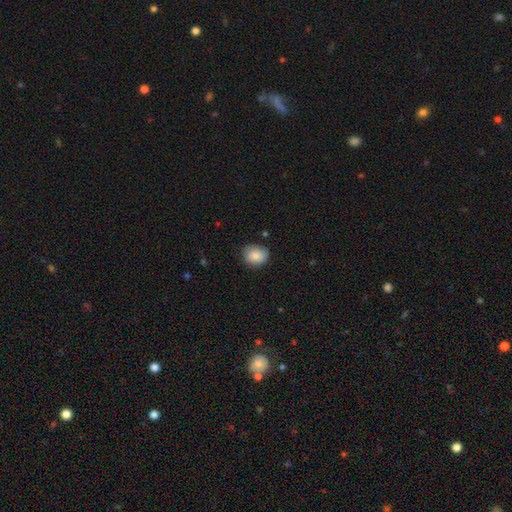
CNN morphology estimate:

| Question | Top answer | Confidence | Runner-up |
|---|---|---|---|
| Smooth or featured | smooth | 83% | featured or disk (9%) |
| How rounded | round | 62% | in between (37%) |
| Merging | none | 75% | minor disturbance (20%) |